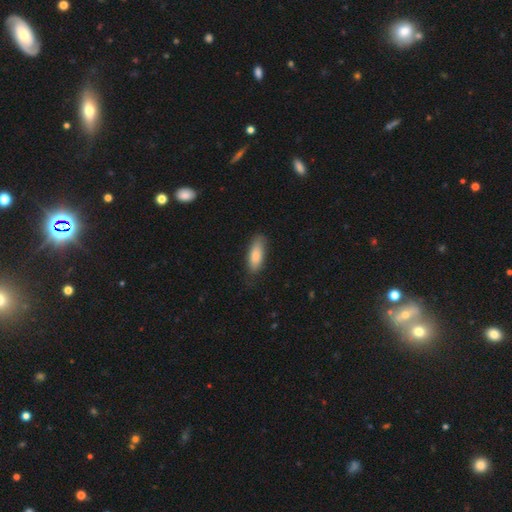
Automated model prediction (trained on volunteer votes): Smooth or featured? Predicted: smooth (p=0.85). How rounded? Predicted: in between (p=0.67). Merging? Predicted: none (p=0.78).